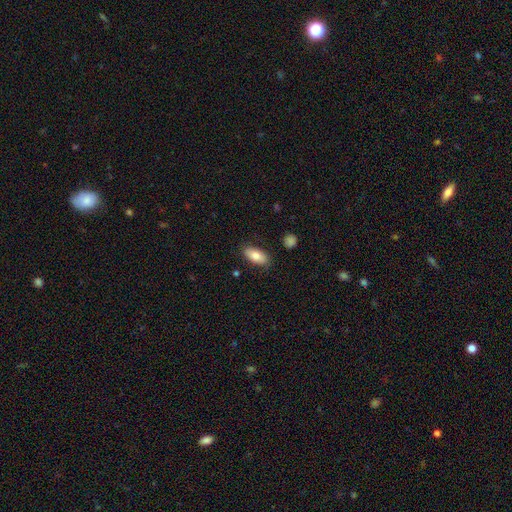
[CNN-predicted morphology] smooth_or_featured: smooth (p=0.79) [alt: featured or disk p=0.14]
how_rounded: in between (p=0.91) [alt: cigar-shaped p=0.07]
merging: none (p=0.84) [alt: minor disturbance p=0.12]